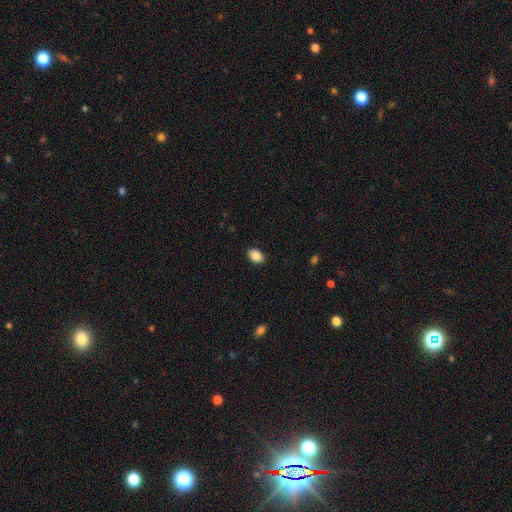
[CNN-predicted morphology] smooth 87%, star or artifact 8%, featured or disk 5%. Down the decision tree: how rounded — in between (82%); merging — none (89%).